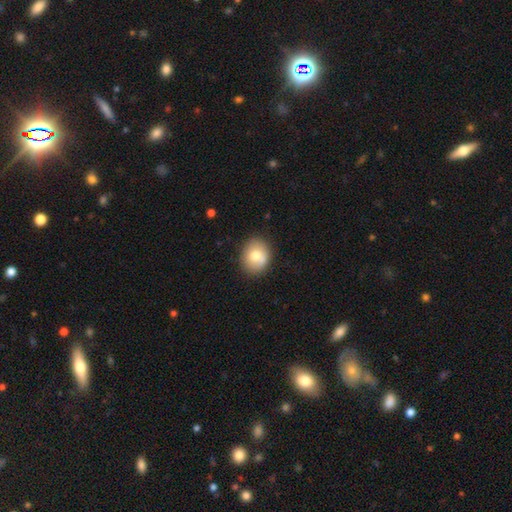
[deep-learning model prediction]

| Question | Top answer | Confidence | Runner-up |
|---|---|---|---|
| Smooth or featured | smooth | 73% | featured or disk (19%) |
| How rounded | round | 62% | in between (37%) |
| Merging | none | 80% | minor disturbance (14%) |